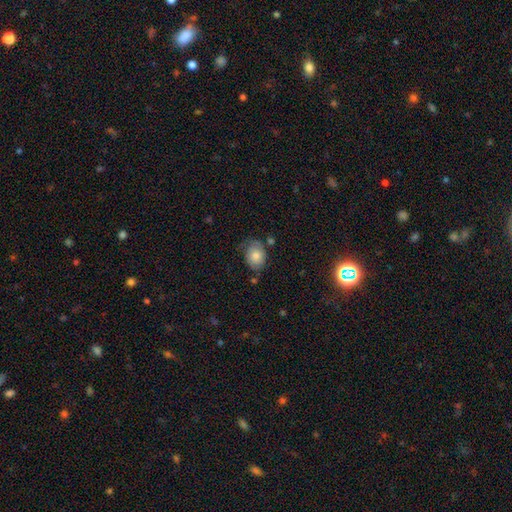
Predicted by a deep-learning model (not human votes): A smooth galaxy with no disk features (73%) that is in between round and cigar-shaped (60%). Merging: none (60%).